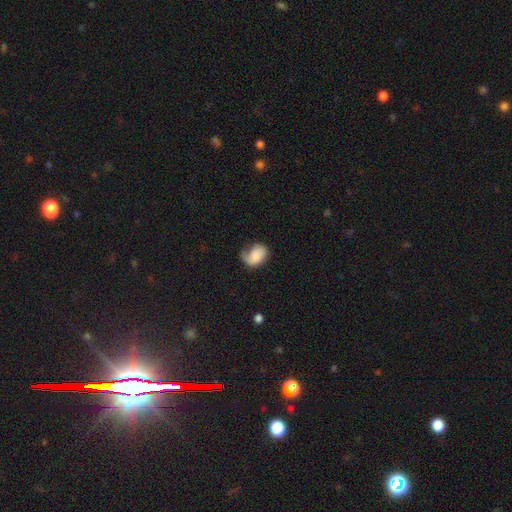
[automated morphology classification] A smooth galaxy with no disk features (64%) that is in between round and cigar-shaped (72%).

Vote fractions:
- Smooth or featured? smooth: 64% / featured or disk: 28% / star or artifact: 7%
- How rounded? in between: 72% / round: 27% / cigar-shaped: 1%
- Merging? none: 37% / minor disturbance: 34% / major disturbance: 27% / merger: 3%